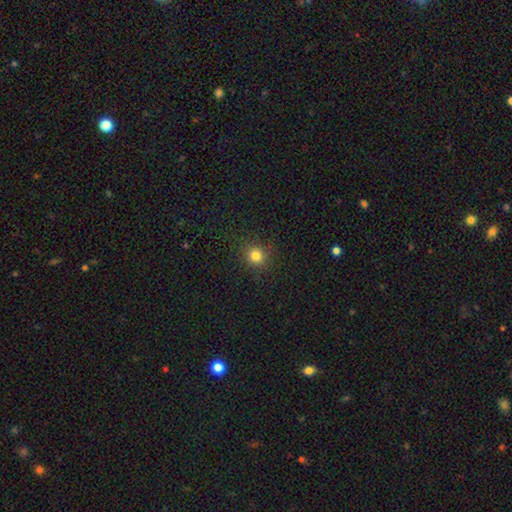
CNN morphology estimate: Overall: smooth (81%). How rounded: round (91%). Merging: none (90%).